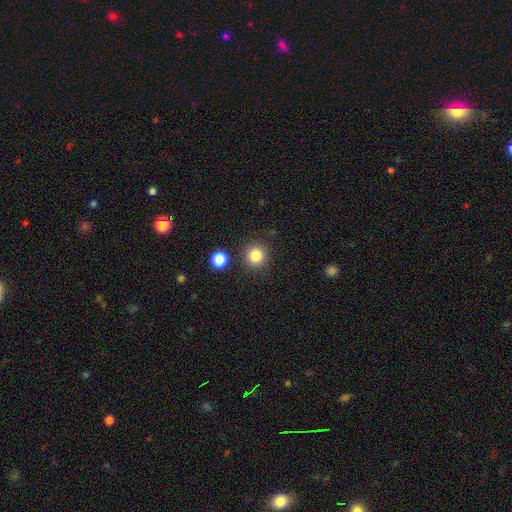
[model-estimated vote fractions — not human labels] This appears to be a smooth galaxy with no disk features (85%) that is round (93%). Merging: none (87%).